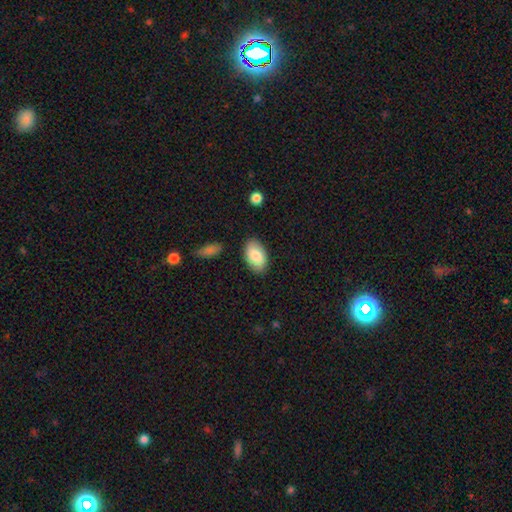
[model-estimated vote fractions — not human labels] Smooth or featured?
  - smooth: 83% *
  - featured or disk: 11%
  - star or artifact: 6%
How rounded?
  - in between: 94% *
  - round: 5%
  - cigar-shaped: 1%
Merging?
  - none: 84% *
  - minor disturbance: 12%
  - major disturbance: 3%
  - merger: 2%